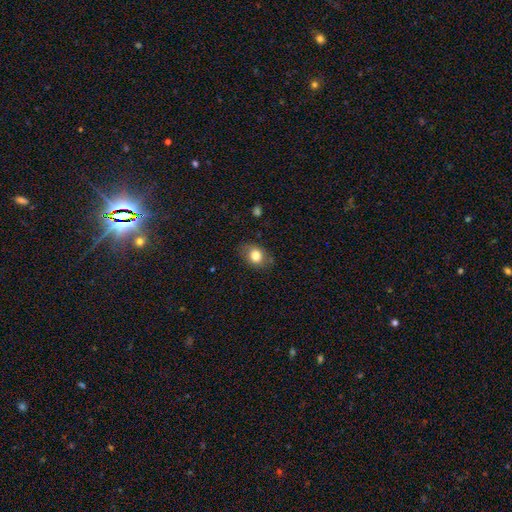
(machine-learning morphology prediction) Overall: smooth (79%). How rounded: in between (61%; round 38%). Merging: none (75%).